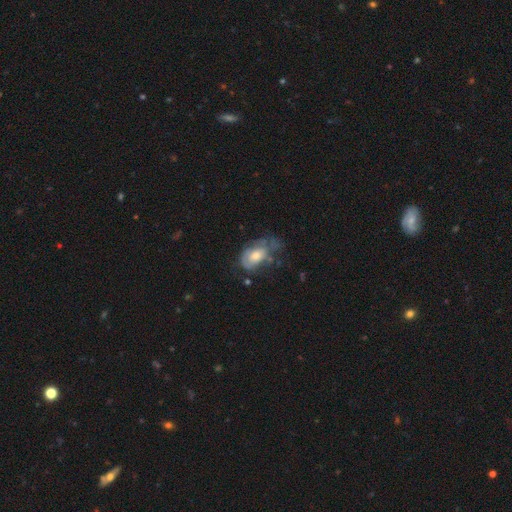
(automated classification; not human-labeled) Overall: featured or disk (50%; smooth 42%). Edge-on disk: no (94%). Merging: major disturbance (32%, tied with none and minor disturbance).